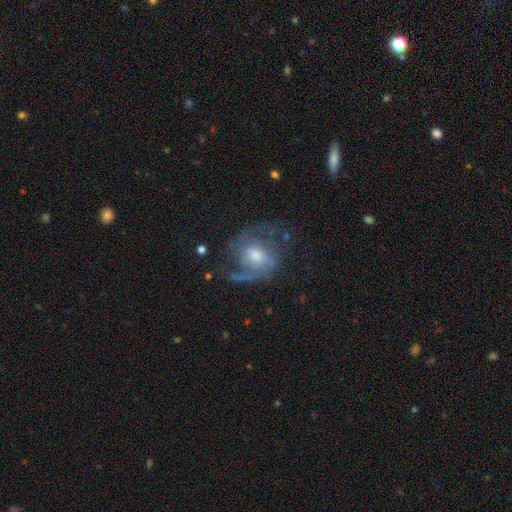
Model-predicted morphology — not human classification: type=featured or disk (77%); edge-on=no (97%); bar=no (46%); spiral arms=yes (90%); winding=medium (49%); arm count=2 (72%); bulge=moderate (60%); merging=none (58%).